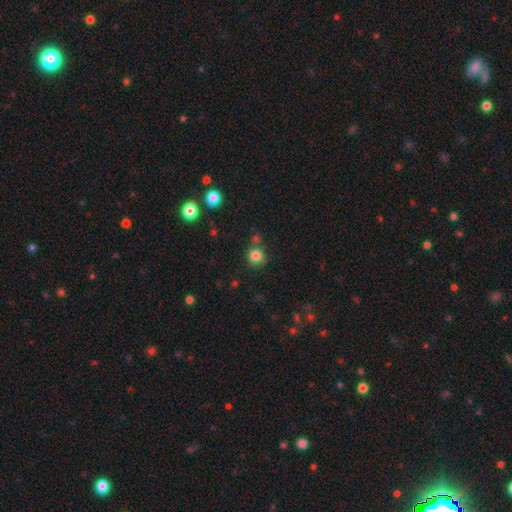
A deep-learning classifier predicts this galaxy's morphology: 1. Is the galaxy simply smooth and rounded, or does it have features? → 82% smooth, 13% star or artifact, 5% featured or disk.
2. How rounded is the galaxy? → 92% round, 7% in between, 1% cigar-shaped.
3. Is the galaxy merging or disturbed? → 76% none, 11% minor disturbance, 9% merger, 4% major disturbance.